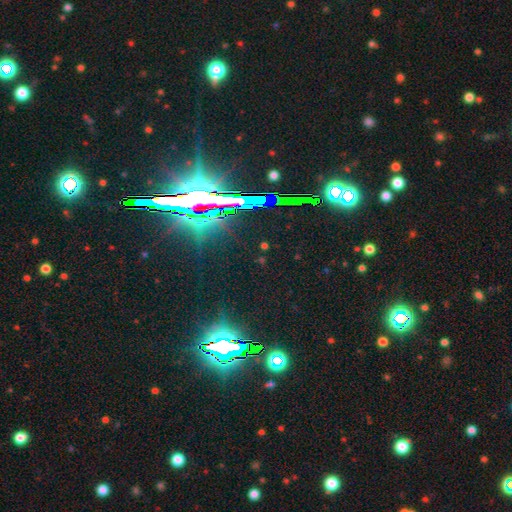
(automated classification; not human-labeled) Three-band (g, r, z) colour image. It shows a star or artifact, not a galaxy (83%).